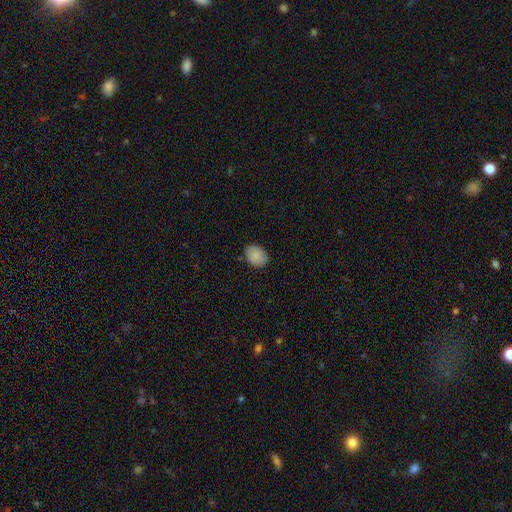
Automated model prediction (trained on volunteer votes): Smooth or featured?
  - smooth: 88% *
  - star or artifact: 8%
  - featured or disk: 4%
How rounded?
  - in between: 65% *
  - round: 34%
  - cigar-shaped: 1%
Merging?
  - none: 85% *
  - minor disturbance: 12%
  - major disturbance: 2%
  - merger: 1%